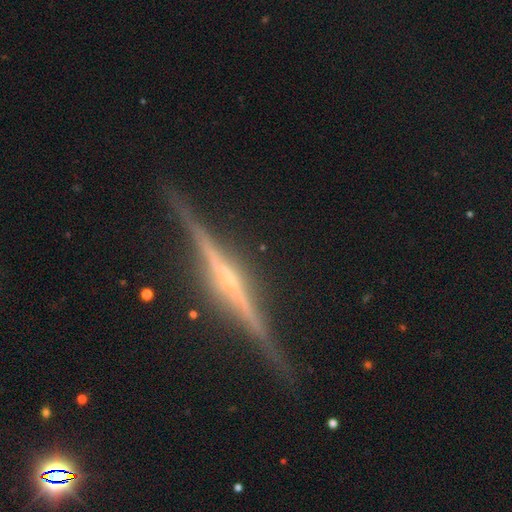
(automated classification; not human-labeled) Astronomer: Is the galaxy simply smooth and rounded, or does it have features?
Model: featured or disk — 87%.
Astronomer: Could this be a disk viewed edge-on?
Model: yes — 98%.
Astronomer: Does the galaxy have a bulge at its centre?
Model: rounded — 56%.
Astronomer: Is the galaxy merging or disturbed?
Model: none — 90%.